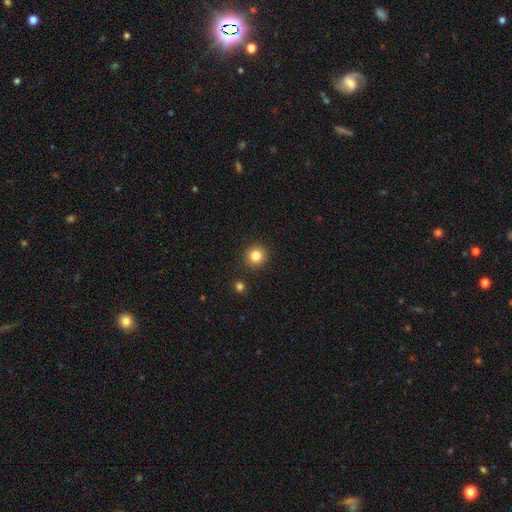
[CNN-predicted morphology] smooth-or-featured: smooth: 84% | star or artifact: 11% | featured or disk: 6%
  how-rounded: round: 92% | in between: 7% | cigar-shaped: 1%
  merging: none: 89% | minor disturbance: 6% | merger: 3% | major disturbance: 2%